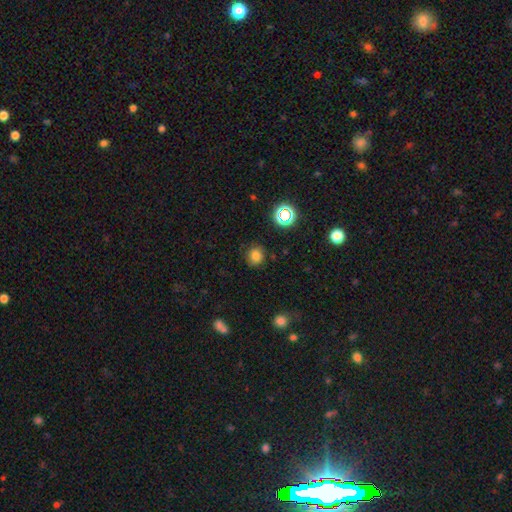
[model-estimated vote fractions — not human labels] The model was most divided on "smooth or featured": smooth: 76%, star or artifact: 18%, featured or disk: 6%. More confident: merging — none (86%); how rounded — round (83%).